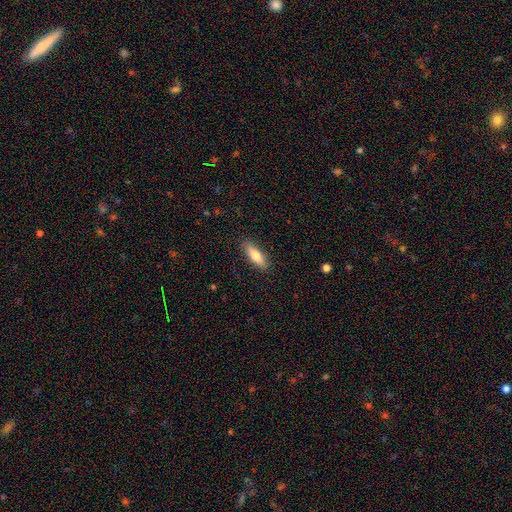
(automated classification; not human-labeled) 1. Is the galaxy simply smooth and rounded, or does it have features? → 71% smooth, 23% featured or disk, 6% star or artifact.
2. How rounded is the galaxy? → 50% in between, 48% cigar-shaped, 2% round.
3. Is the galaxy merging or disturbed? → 88% none, 9% minor disturbance, 2% major disturbance, 1% merger.